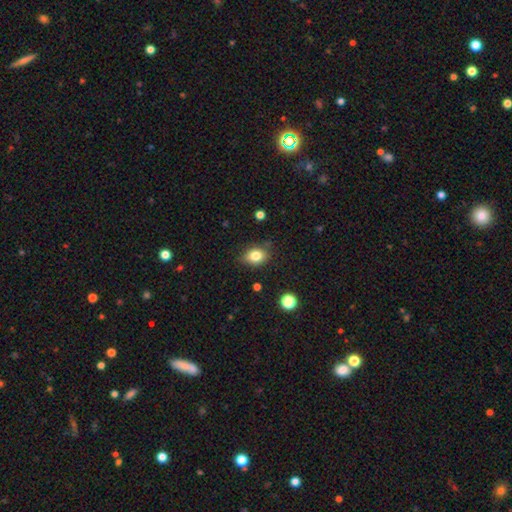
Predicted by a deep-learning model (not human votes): This appears to be a smooth galaxy with no disk features (82%) that is in between round and cigar-shaped (63%). Merging: none (79%).